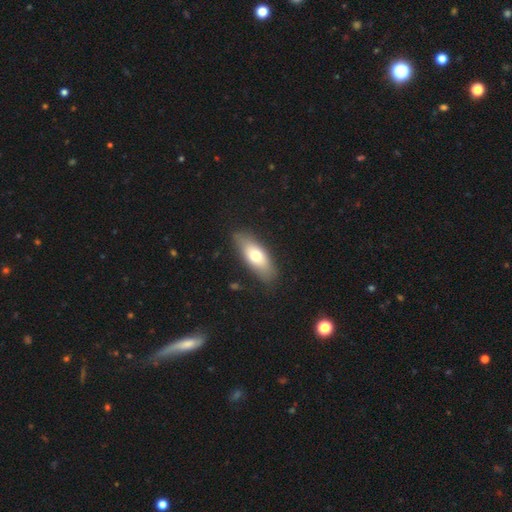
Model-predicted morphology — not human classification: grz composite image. It shows a smooth galaxy with no disk features (66%) that is in between round and cigar-shaped (70%). Merging: none (83%).